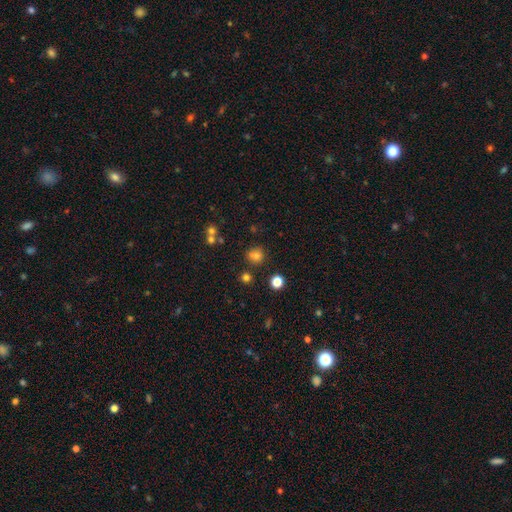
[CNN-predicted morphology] type=smooth (76%); roundness=round (89%); merging=none (81%).